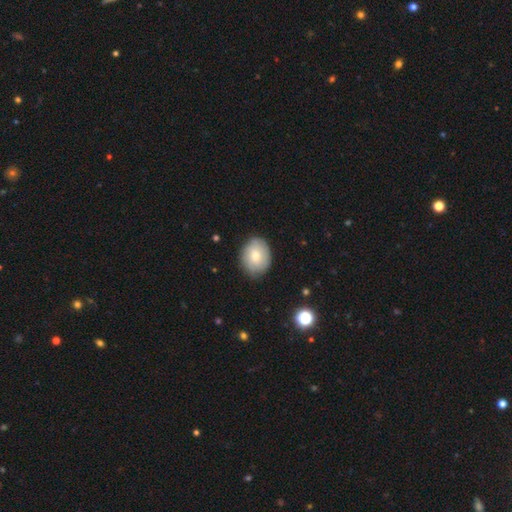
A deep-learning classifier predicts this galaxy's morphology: smooth-or-featured: smooth: 69% | featured or disk: 24% | star or artifact: 7%
  how-rounded: in between: 51% | round: 48% | cigar-shaped: 1%
  merging: none: 81% | minor disturbance: 15% | major disturbance: 3% | merger: 1%